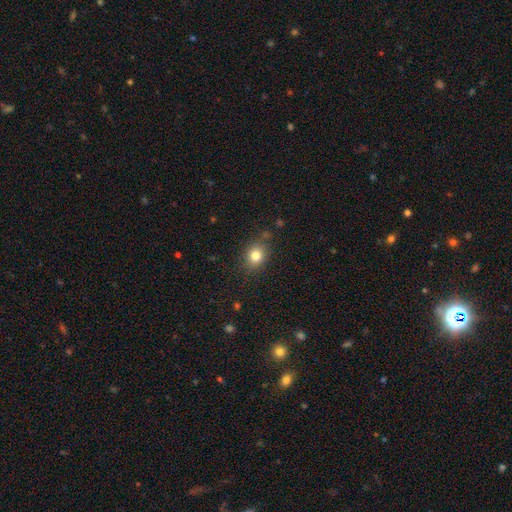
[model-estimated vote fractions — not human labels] Overall: smooth (81%). How rounded: round (66%; in between 33%). Merging: none (82%).